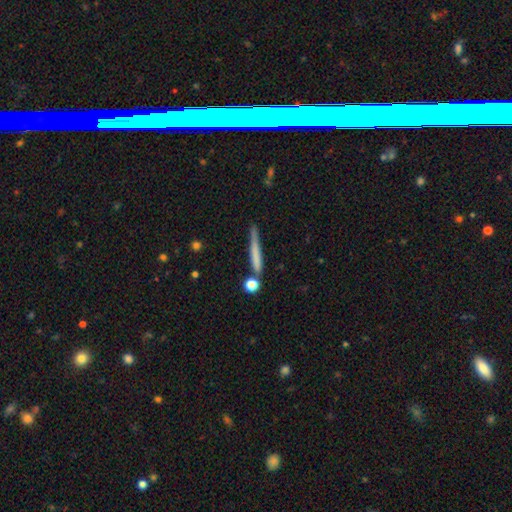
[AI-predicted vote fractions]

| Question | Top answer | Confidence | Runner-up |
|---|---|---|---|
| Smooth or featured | smooth | 64% | featured or disk (28%) |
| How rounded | cigar-shaped | 93% | in between (4%) |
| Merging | none | 66% | minor disturbance (18%) |